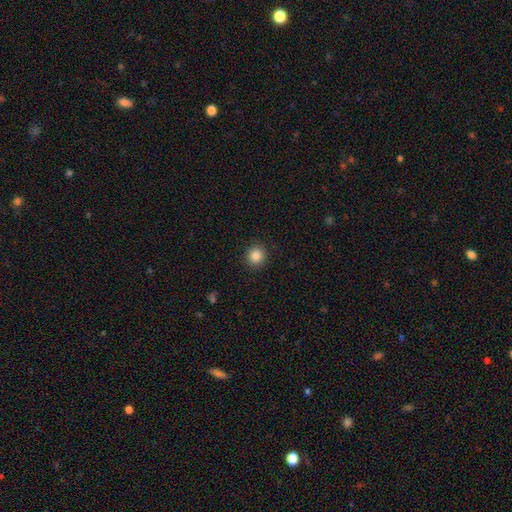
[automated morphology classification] smooth 85%, star or artifact 10%, featured or disk 5%. Down the decision tree: how rounded — round (91%); merging — none (91%).